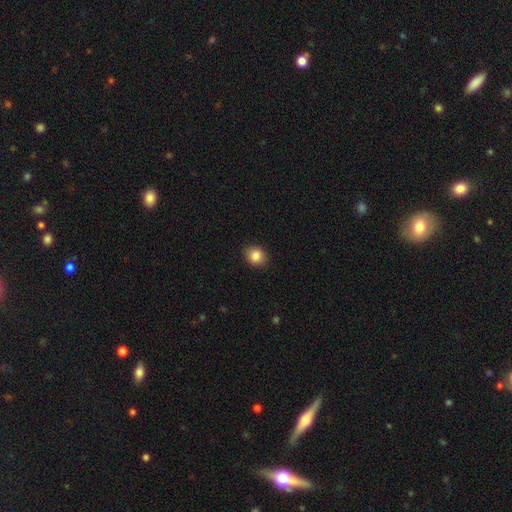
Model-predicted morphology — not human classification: Smooth or featured? Predicted: smooth (p=0.86). How rounded? Predicted: round (p=0.65). Merging? Predicted: none (p=0.88).